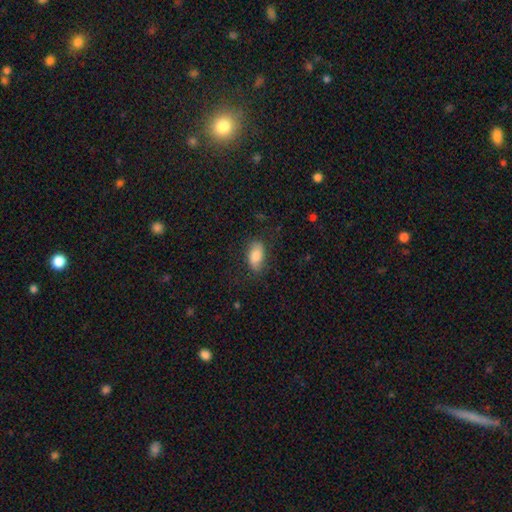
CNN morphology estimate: smooth-or-featured: smooth: 76% | featured or disk: 17% | star or artifact: 7%
  how-rounded: in between: 92% | round: 5% | cigar-shaped: 3%
  merging: none: 72% | minor disturbance: 19% | major disturbance: 8% | merger: 1%